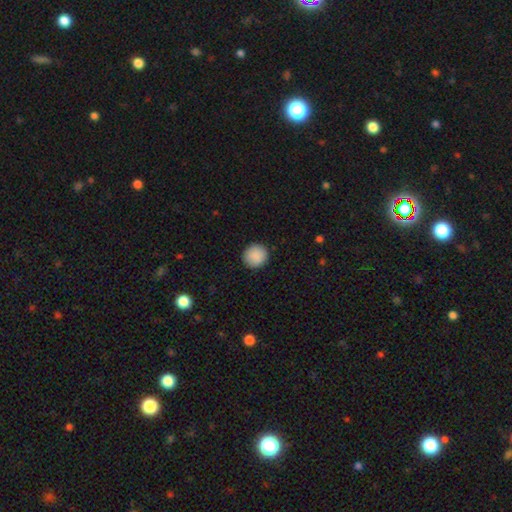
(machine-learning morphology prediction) Smooth or featured?
  - smooth: 90% *
  - star or artifact: 7%
  - featured or disk: 3%
How rounded?
  - round: 94% *
  - in between: 5%
  - cigar-shaped: 1%
Merging?
  - none: 92% *
  - minor disturbance: 5%
  - major disturbance: 2%
  - merger: 1%